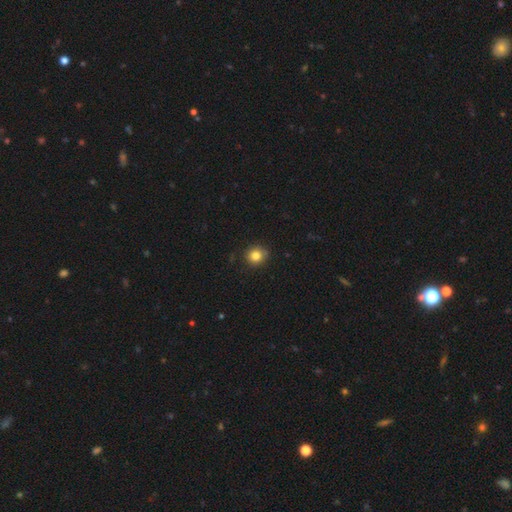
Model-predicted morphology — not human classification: smooth-or-featured: smooth: 83% | star or artifact: 11% | featured or disk: 6%
  how-rounded: round: 90% | in between: 10% | cigar-shaped: 1%
  merging: none: 85% | minor disturbance: 11% | major disturbance: 2% | merger: 2%